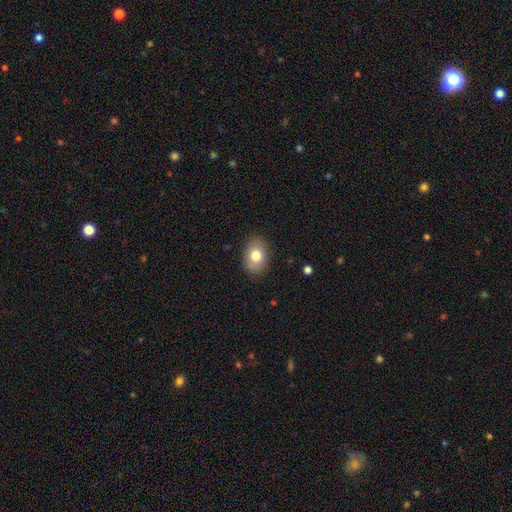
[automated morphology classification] Smooth or featured: smooth — 78% (featured or disk — 14%)
How rounded: in between — 77% (round — 22%)
Merging: none — 85% (minor disturbance — 11%)